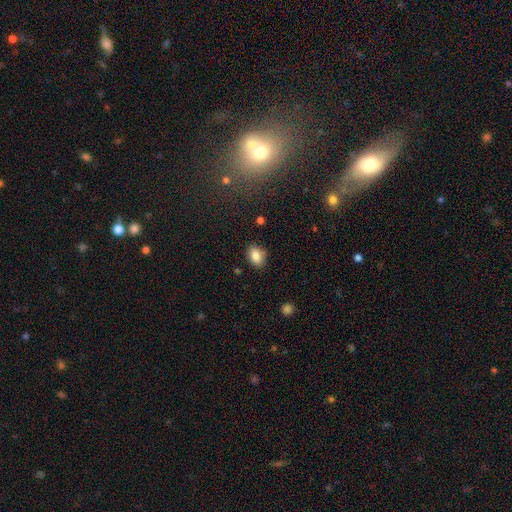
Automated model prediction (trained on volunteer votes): This is clearly a smooth galaxy (84%). How rounded: likely in between (77%). Merging: clearly none (83%).